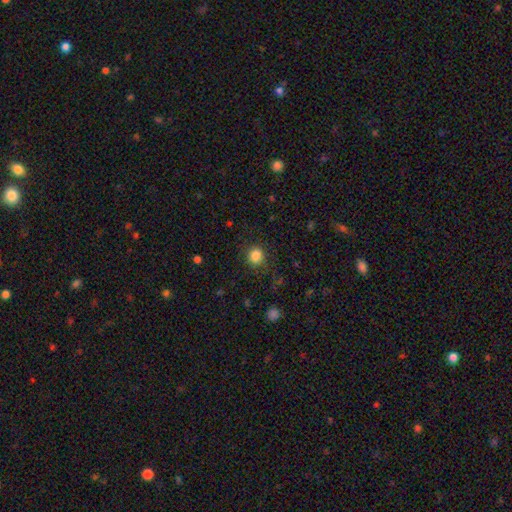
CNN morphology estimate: Smooth or featured? Predicted: smooth (p=0.85). How rounded? Predicted: round (p=0.82). Merging? Predicted: none (p=0.84).